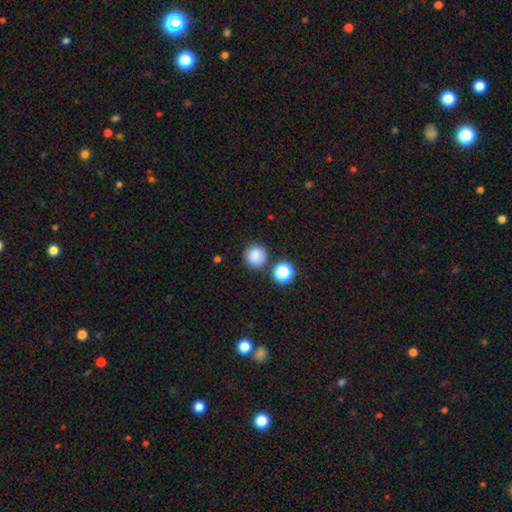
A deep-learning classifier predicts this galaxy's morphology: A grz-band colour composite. It shows a smooth galaxy with no disk features (84%) that is round (94%). Merging: none (82%).